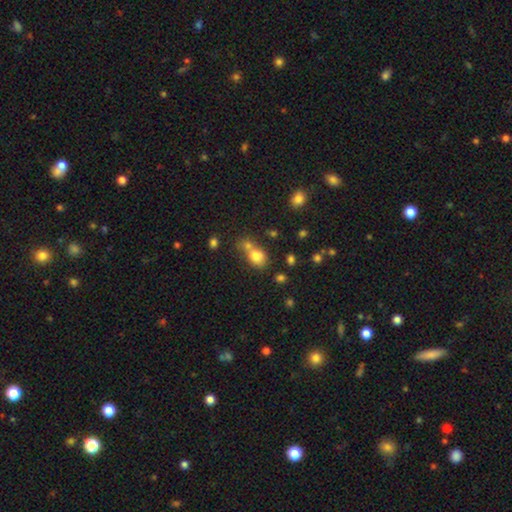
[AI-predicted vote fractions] This appears to be a smooth galaxy with no disk features (76%) that is in between round and cigar-shaped (49%, tied with round). Merging: merger (50%).